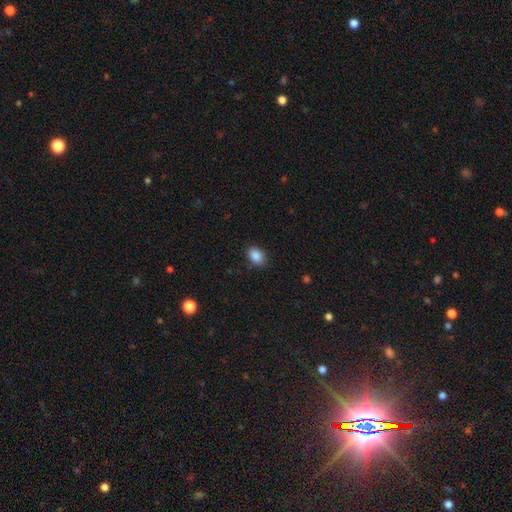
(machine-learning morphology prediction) Overall: smooth (87%). How rounded: in between (76%). Merging: none (85%).